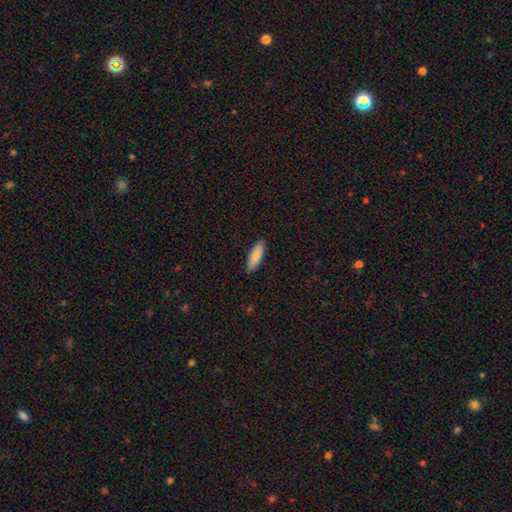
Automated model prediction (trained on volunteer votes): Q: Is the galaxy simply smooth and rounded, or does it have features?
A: smooth — 87%.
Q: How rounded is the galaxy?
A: in between — 51%.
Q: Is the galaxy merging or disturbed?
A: none — 88%.